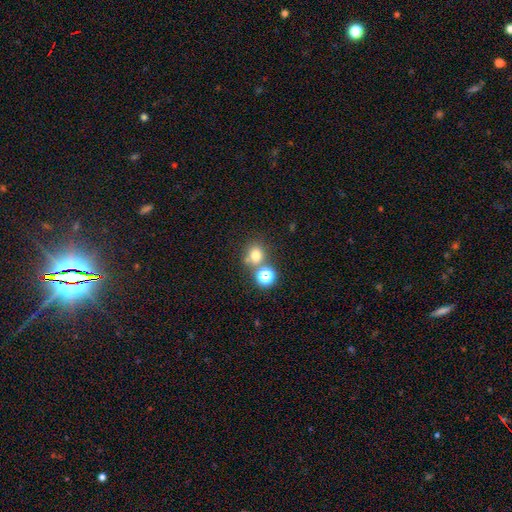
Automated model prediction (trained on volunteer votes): Q: Smooth or featured?
A: smooth (72%); runner-up: star or artifact (20%)
Q: How rounded?
A: round (80%); runner-up: in between (19%)
Q: Merging?
A: none (63%); runner-up: merger (24%)